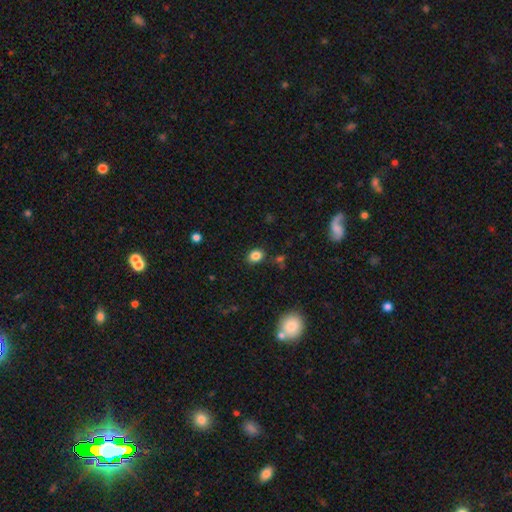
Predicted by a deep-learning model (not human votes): Morphology: type=smooth (84%); roundness=in between (55%); merging=none (84%).